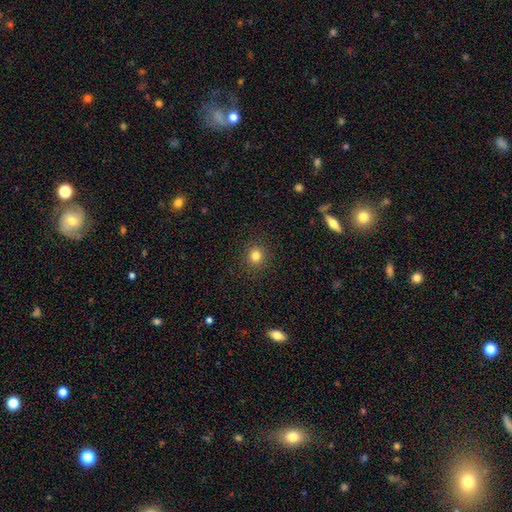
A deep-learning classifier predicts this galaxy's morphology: smooth_or_featured: smooth (p=0.81) [alt: star or artifact p=0.13]
how_rounded: round (p=0.90) [alt: in between p=0.09]
merging: none (p=0.91) [alt: minor disturbance p=0.06]